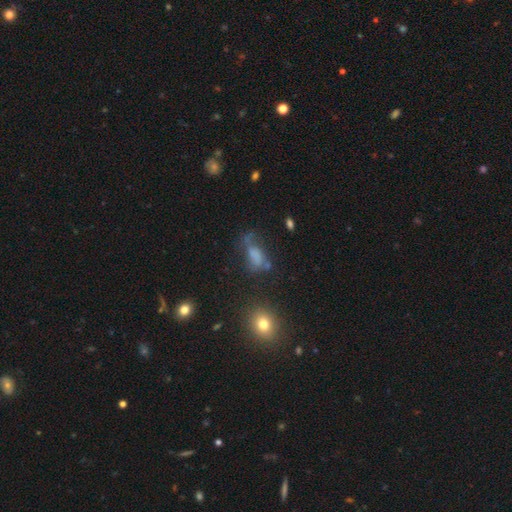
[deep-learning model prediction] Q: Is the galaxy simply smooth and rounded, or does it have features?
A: smooth — 58%.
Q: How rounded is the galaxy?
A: in between — 78%.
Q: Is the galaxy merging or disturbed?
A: none — 36%.